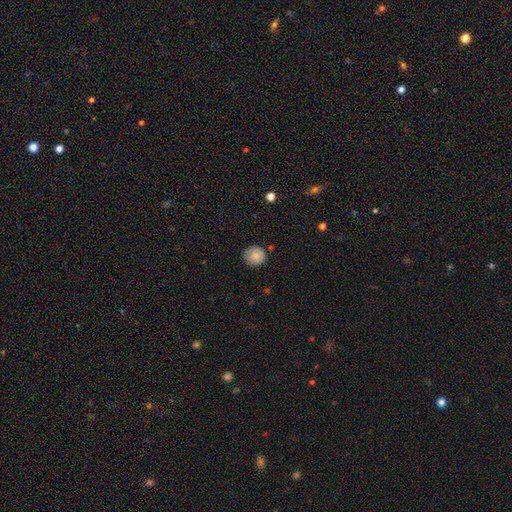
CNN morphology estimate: Overall: smooth (85%). How rounded: round (90%). Merging: none (84%).